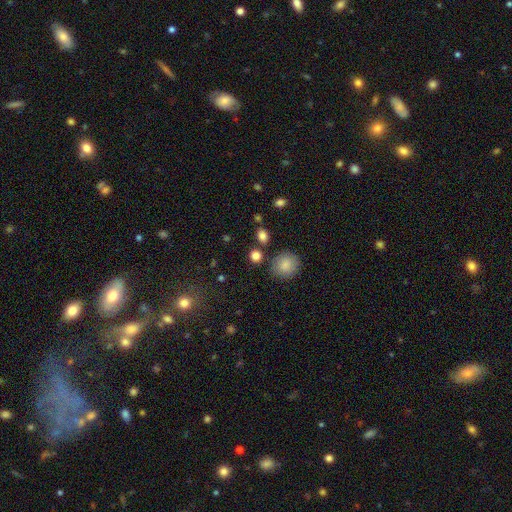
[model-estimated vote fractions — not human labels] Smooth or featured: smooth — 83% (star or artifact — 12%)
How rounded: round — 77% (in between — 21%)
Merging: none — 78% (merger — 10%)